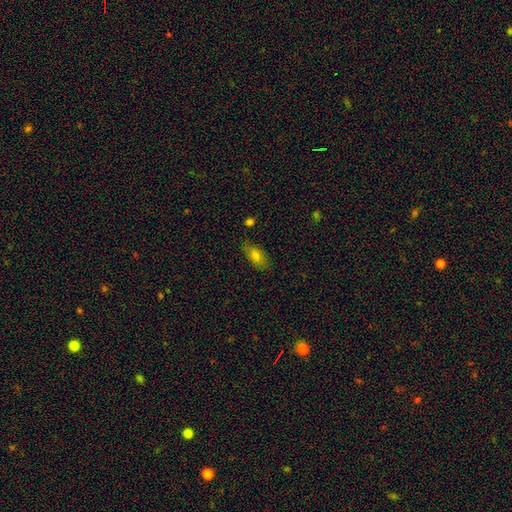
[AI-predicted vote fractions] This appears to be a smooth galaxy with no disk features (76%) that is in between round and cigar-shaped (87%). Merging: none (77%).